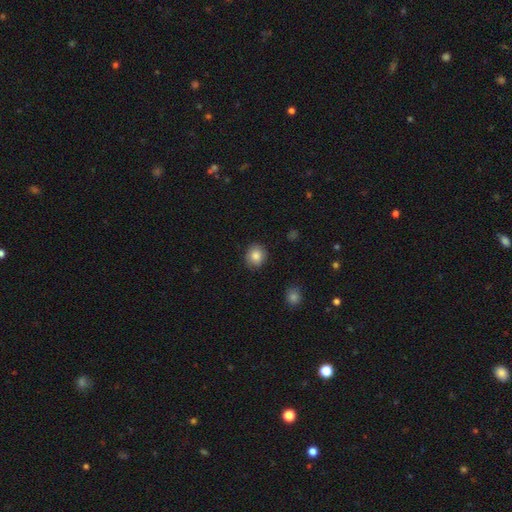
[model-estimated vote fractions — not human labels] Smooth or featured: smooth — 85% (star or artifact — 9%)
How rounded: round — 79% (in between — 20%)
Merging: none — 87% (minor disturbance — 9%)